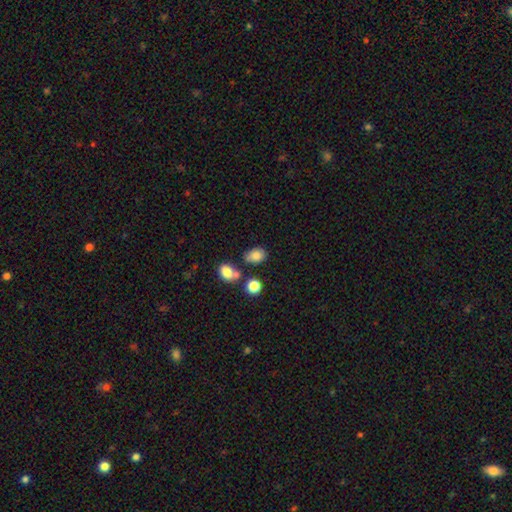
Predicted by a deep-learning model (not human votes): This appears to be a smooth galaxy with no disk features (82%) that is in between round and cigar-shaped (71%). Merging: none (64%).